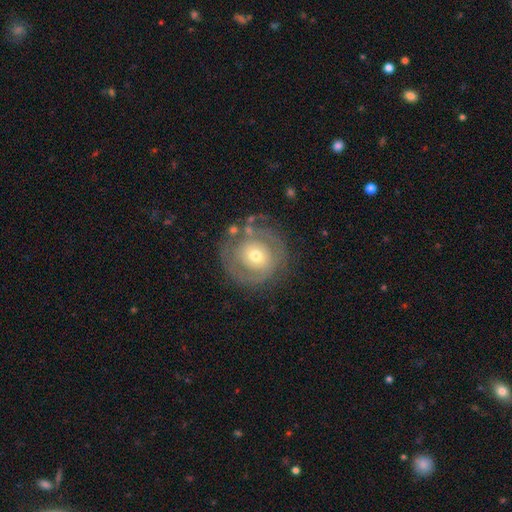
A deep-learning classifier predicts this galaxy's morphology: Smooth or featured? featured or disk (67%)
Edge-on disk? no (97%)
Bar? no (80%)
Spiral arms? yes (61%)
Bulge size? moderate (65%)
Merging? none (72%)